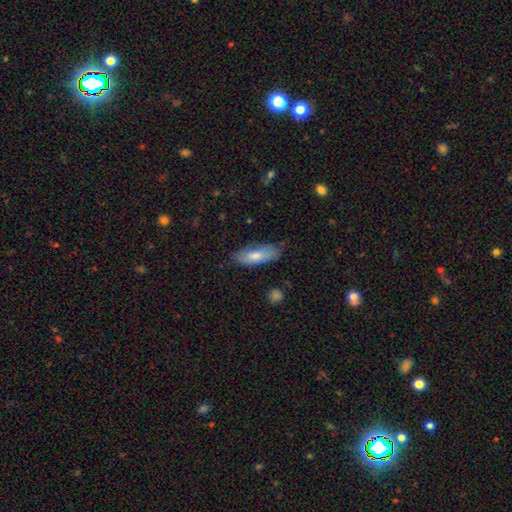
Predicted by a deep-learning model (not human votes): A smooth galaxy with no disk features (74%) that is in between round and cigar-shaped (56%). Merging: none (80%).